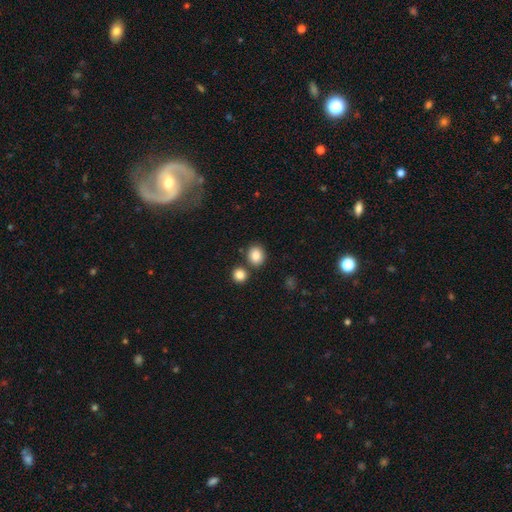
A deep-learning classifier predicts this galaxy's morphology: This appears to be a smooth galaxy with no disk features (85%) that is round (66%). Merging: none (78%).